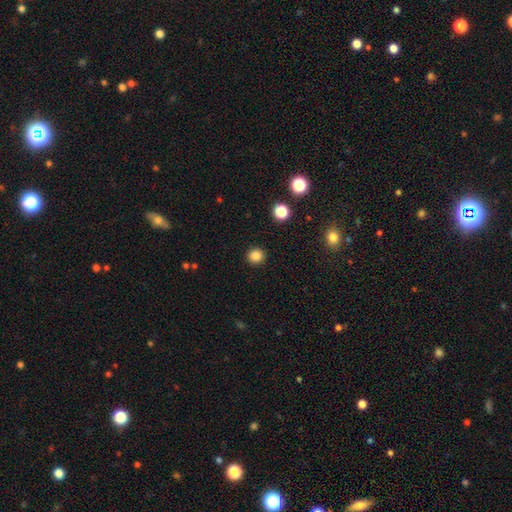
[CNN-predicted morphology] Smooth or featured: smooth — 84% (star or artifact — 12%)
How rounded: round — 92% (in between — 7%)
Merging: none — 92% (minor disturbance — 5%)